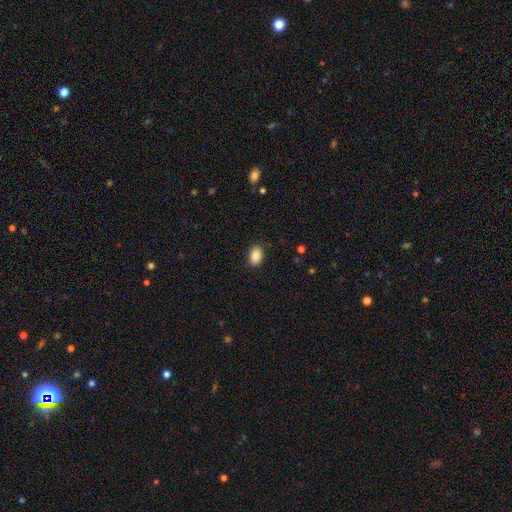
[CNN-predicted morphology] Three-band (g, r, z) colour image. It shows a smooth galaxy with no disk features (88%) that is in between round and cigar-shaped (85%). Merging: none (86%).